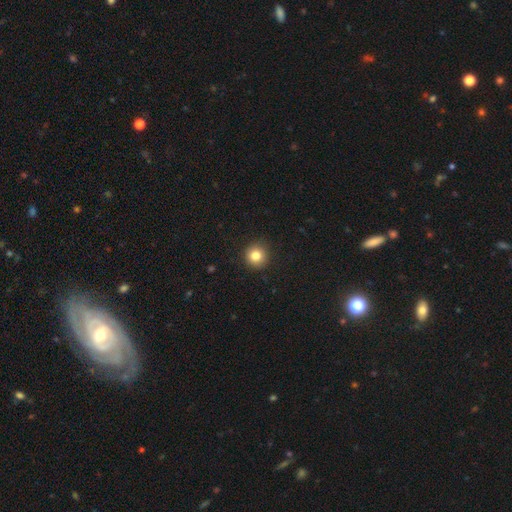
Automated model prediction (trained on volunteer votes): Smooth or featured: smooth — 83% (star or artifact — 11%)
How rounded: round — 94% (in between — 5%)
Merging: none — 92% (minor disturbance — 5%)